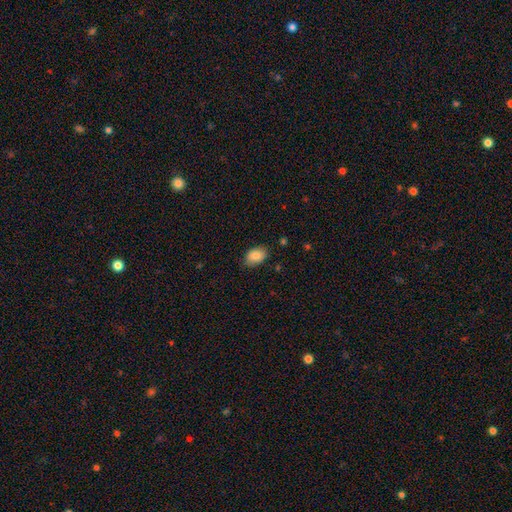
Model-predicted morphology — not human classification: type=smooth (87%); roundness=in between (88%); merging=none (83%).